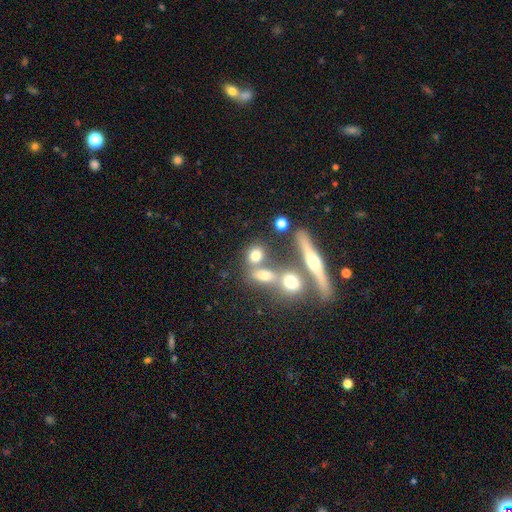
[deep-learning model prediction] Overall: smooth (66%). How rounded: round (50%; in between 41%). Merging: none (48%; merger 37%).